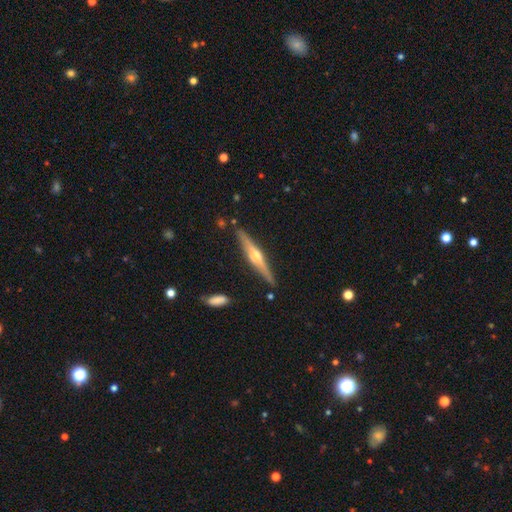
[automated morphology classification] This appears to be a featured or disk galaxy (75%) viewed edge-on (98%) with a rounded central bulge (90%). Merging: none (87%).